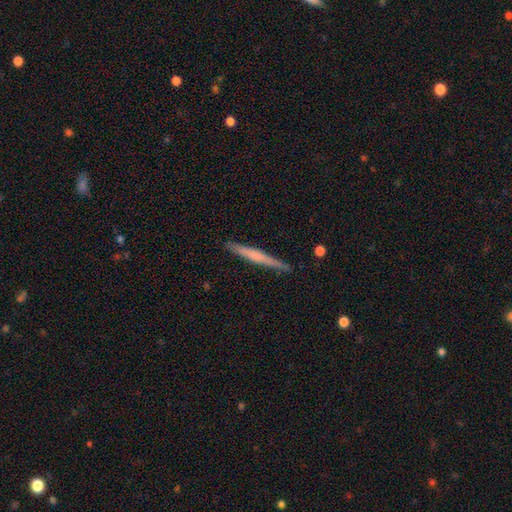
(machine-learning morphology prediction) Smooth or featured? Predicted: featured or disk (p=0.50). Edge-on disk? Predicted: yes (p=0.97). Merging? Predicted: none (p=0.90).